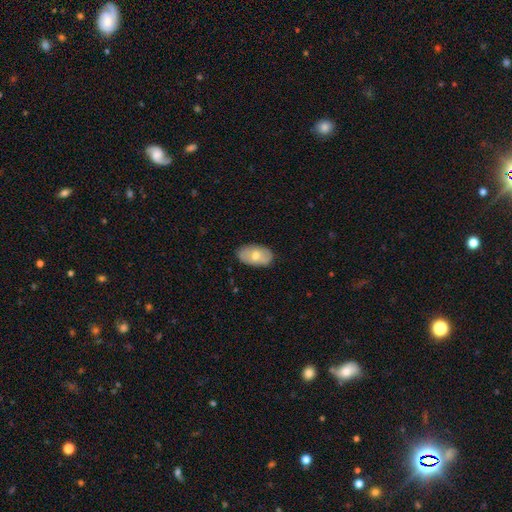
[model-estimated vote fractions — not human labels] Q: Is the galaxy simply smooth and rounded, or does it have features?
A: smooth — 61%.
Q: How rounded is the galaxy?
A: in between — 93%.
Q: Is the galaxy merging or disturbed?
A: none — 84%.